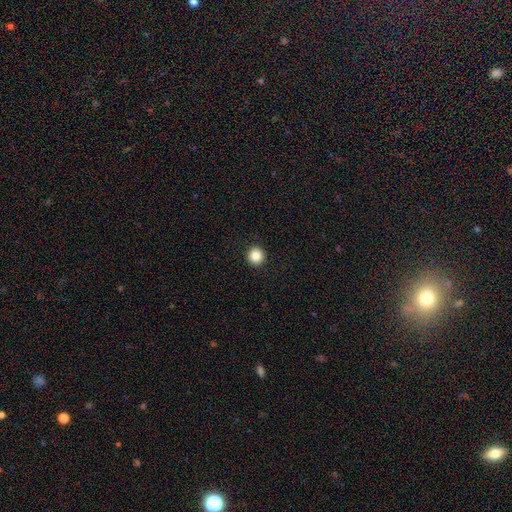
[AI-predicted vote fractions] Smooth or featured? Predicted: smooth (p=0.85). How rounded? Predicted: round (p=0.94). Merging? Predicted: none (p=0.94).